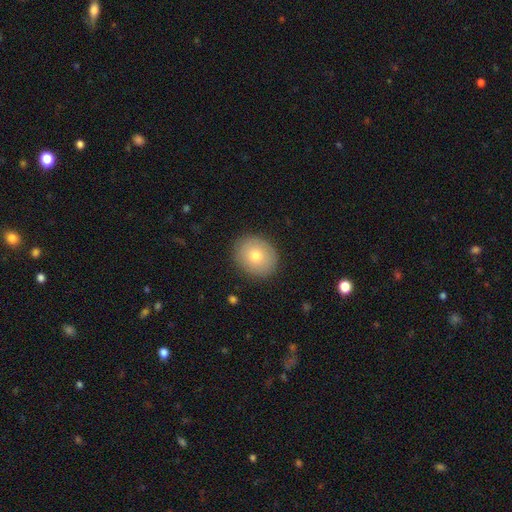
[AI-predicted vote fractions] A smooth galaxy with no disk features (74%) that is round (68%). Merging: none (89%).